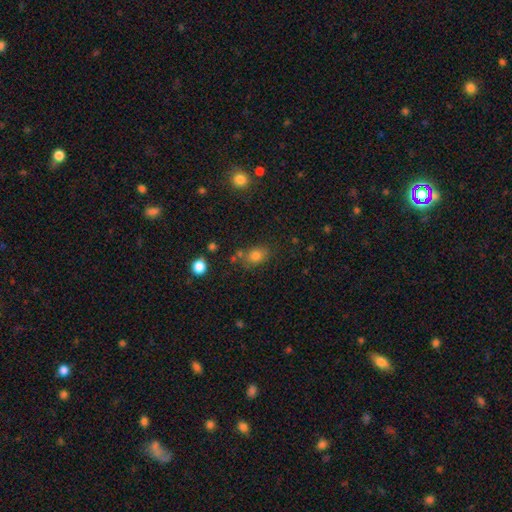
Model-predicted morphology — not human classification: A smooth galaxy with no disk features (79%) that is in between round and cigar-shaped (61%).

Vote fractions:
- Smooth or featured? smooth: 79% / star or artifact: 13% / featured or disk: 8%
- How rounded? in between: 61% / round: 38% / cigar-shaped: 2%
- Merging? none: 67% / minor disturbance: 17% / merger: 10% / major disturbance: 5%